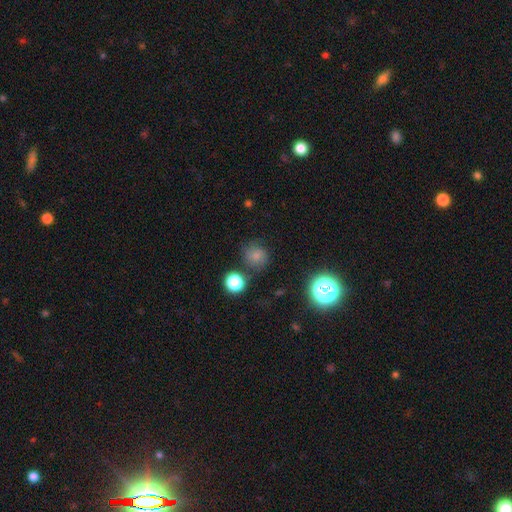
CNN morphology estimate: A smooth galaxy with no disk features (70%) that is round (88%). Merging: none (74%).